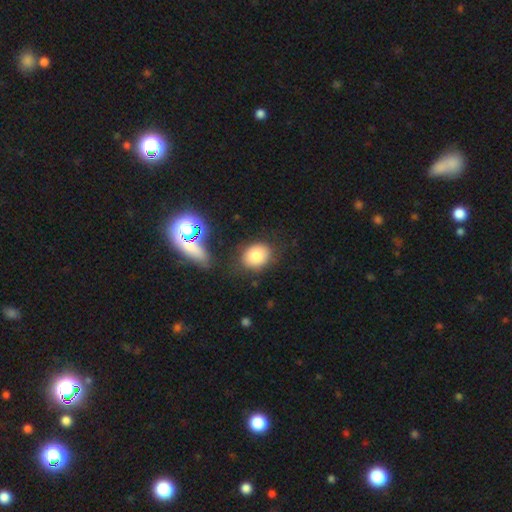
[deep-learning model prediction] A smooth galaxy with no disk features (80%) that is in between round and cigar-shaped (50%). Merging: none (79%).